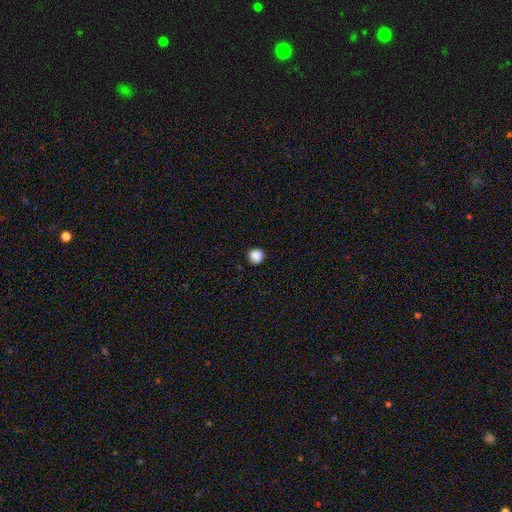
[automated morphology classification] Smooth or featured? smooth (88%)
How rounded? round (95%)
Merging? none (91%)